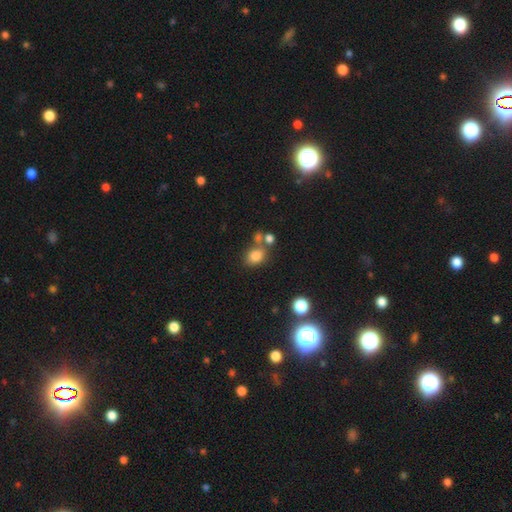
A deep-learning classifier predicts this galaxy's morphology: Smooth or featured? smooth (80%)
How rounded? round (50%)
Merging? none (58%)